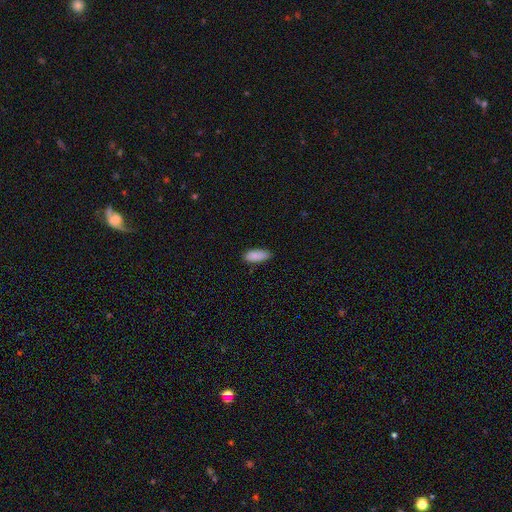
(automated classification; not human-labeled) This appears to be a smooth galaxy with no disk features (89%) that is in between round and cigar-shaped (80%). Merging: none (82%).